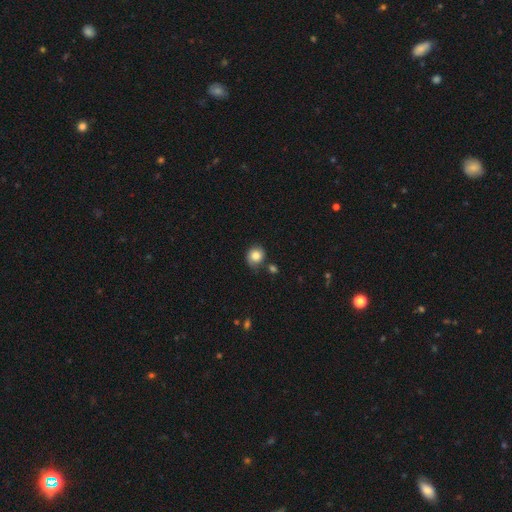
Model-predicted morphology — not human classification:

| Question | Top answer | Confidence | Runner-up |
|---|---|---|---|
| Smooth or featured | smooth | 82% | star or artifact (9%) |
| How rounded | round | 82% | in between (17%) |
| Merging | none | 68% | minor disturbance (20%) |